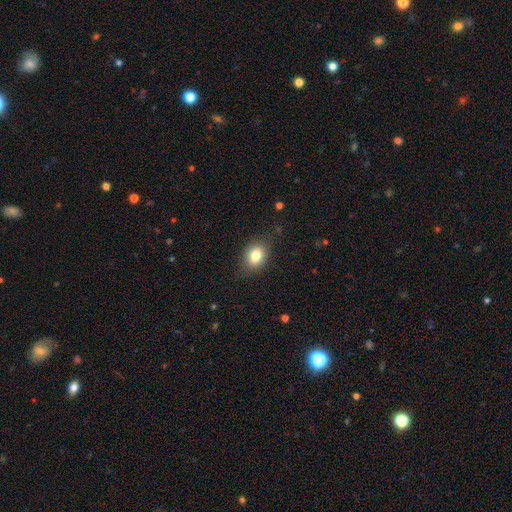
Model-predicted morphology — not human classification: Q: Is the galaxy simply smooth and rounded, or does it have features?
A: smooth — 81%.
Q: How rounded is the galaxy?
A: in between — 60%.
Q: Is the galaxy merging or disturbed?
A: none — 81%.